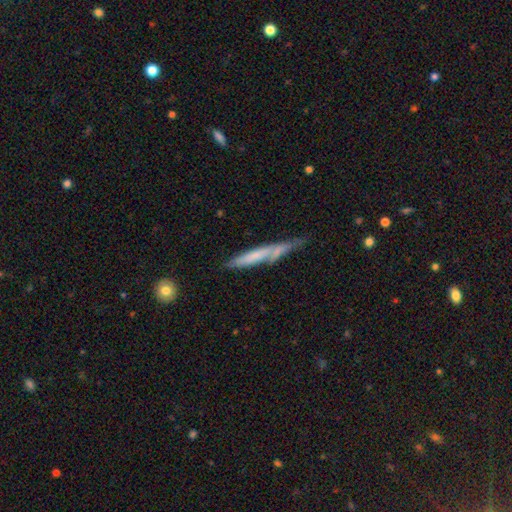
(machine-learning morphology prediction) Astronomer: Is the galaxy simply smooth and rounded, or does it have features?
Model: smooth — 52% (runner-up: featured or disk, 41%).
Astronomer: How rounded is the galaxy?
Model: cigar-shaped — 93%.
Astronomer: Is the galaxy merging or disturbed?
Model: none — 53%.